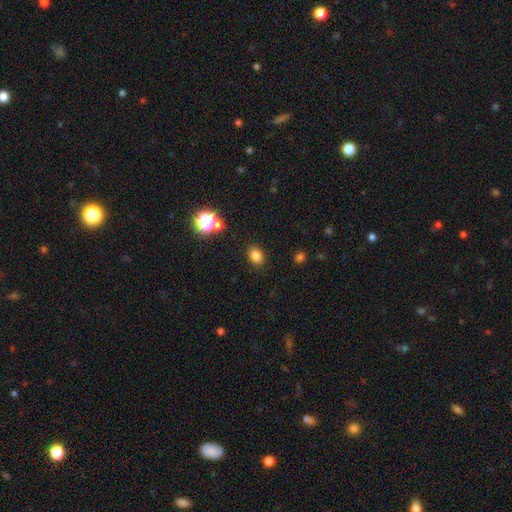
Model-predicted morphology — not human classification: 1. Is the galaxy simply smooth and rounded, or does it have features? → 80% smooth, 14% star or artifact, 6% featured or disk.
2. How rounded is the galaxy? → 58% in between, 41% round, 1% cigar-shaped.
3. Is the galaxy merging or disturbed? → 87% none, 8% minor disturbance, 3% major disturbance, 2% merger.